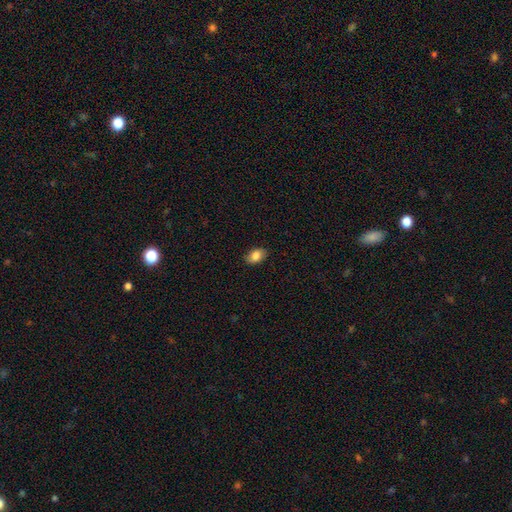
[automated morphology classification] Overall: smooth (85%). How rounded: in between (88%). Merging: none (87%).